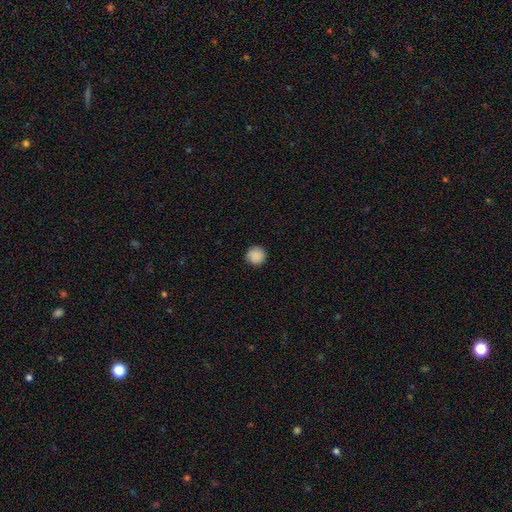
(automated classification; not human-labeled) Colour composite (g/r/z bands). It shows a smooth galaxy with no disk features (88%) that is round (95%). Merging: none (90%).